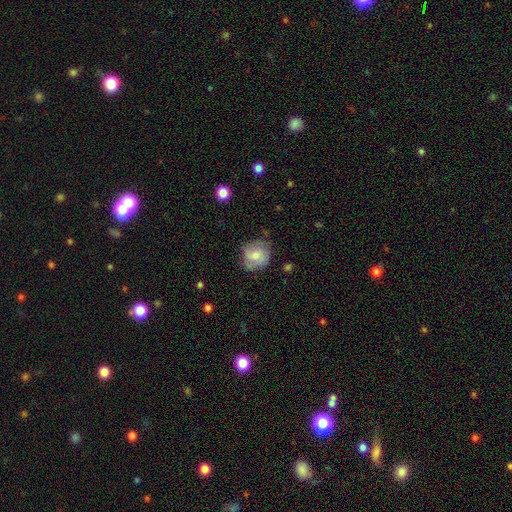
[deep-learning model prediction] Morphology: type=smooth (58%); roundness=round (79%); merging=none (61%).